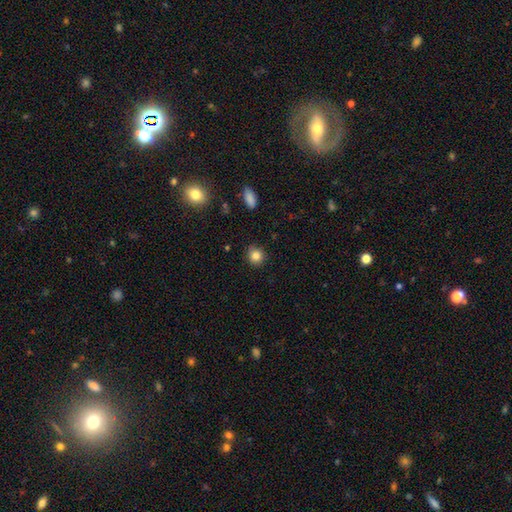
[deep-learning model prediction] The model was most divided on "smooth or featured": smooth: 84%, star or artifact: 11%, featured or disk: 5%. More confident: how rounded — round (88%); merging — none (85%).